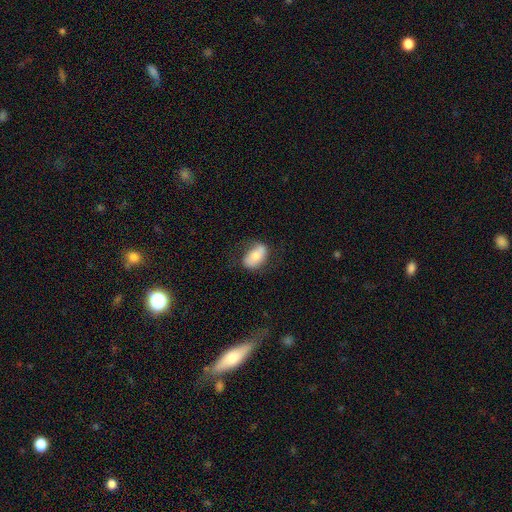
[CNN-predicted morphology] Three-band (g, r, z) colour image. It shows a smooth galaxy with no disk features (67%) that is in between round and cigar-shaped (91%). Merging: none (65%).